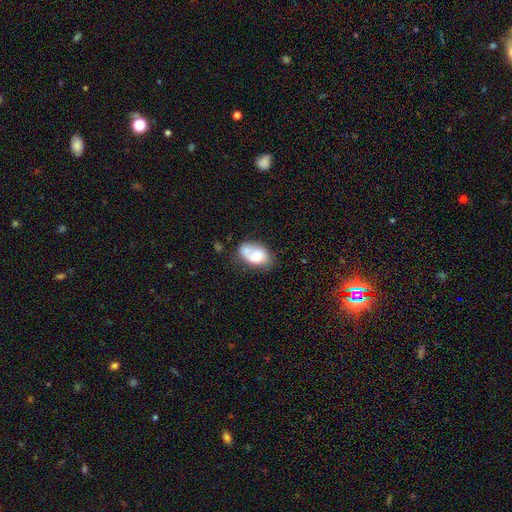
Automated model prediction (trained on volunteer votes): Smooth or featured? Predicted: smooth (p=0.65). How rounded? Predicted: in between (p=0.84). Merging? Predicted: merger (p=0.34).